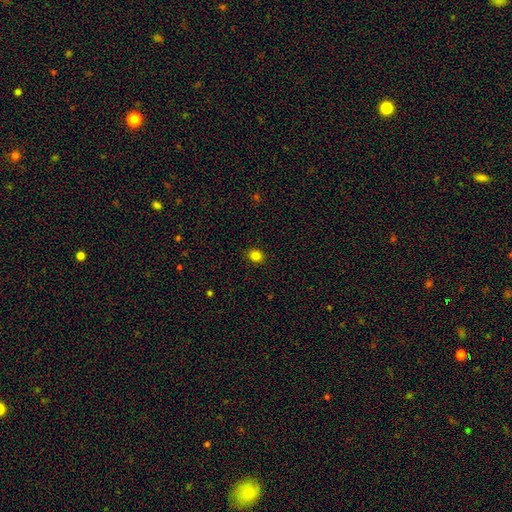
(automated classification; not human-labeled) A smooth galaxy with no disk features (83%) that is round (63%).

Vote fractions:
- Smooth or featured? smooth: 83% / star or artifact: 13% / featured or disk: 4%
- How rounded? round: 63% / in between: 36% / cigar-shaped: 1%
- Merging? none: 89% / minor disturbance: 8% / major disturbance: 2% / merger: 1%